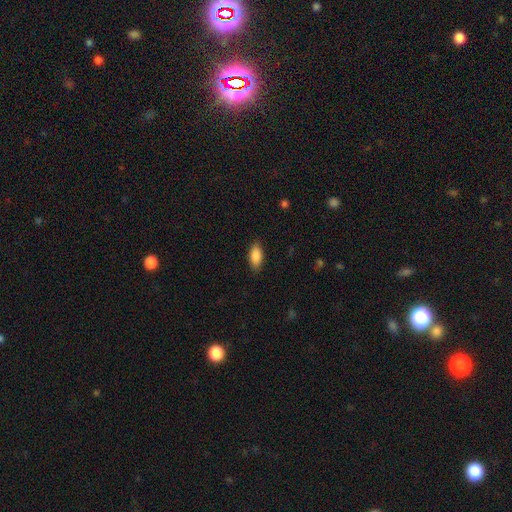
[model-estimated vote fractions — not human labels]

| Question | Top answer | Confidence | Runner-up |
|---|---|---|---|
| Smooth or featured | smooth | 87% | star or artifact (7%) |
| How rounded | in between | 89% | cigar-shaped (8%) |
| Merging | none | 86% | minor disturbance (10%) |